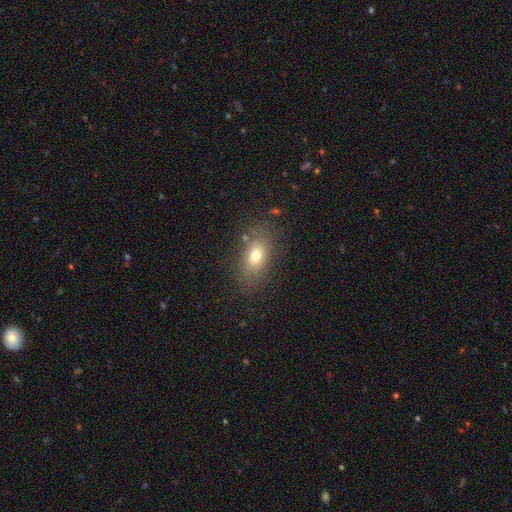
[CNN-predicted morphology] A smooth galaxy with no disk features (72%) that is in between round and cigar-shaped (80%). Merging: none (81%).